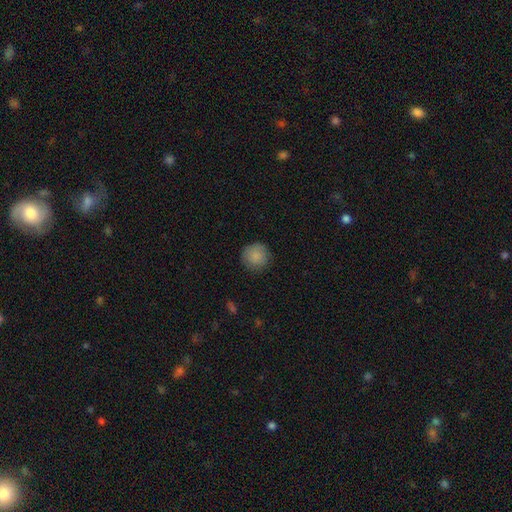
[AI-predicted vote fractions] Smooth or featured: smooth — 86% (star or artifact — 8%)
How rounded: round — 94% (in between — 5%)
Merging: none — 85% (minor disturbance — 11%)